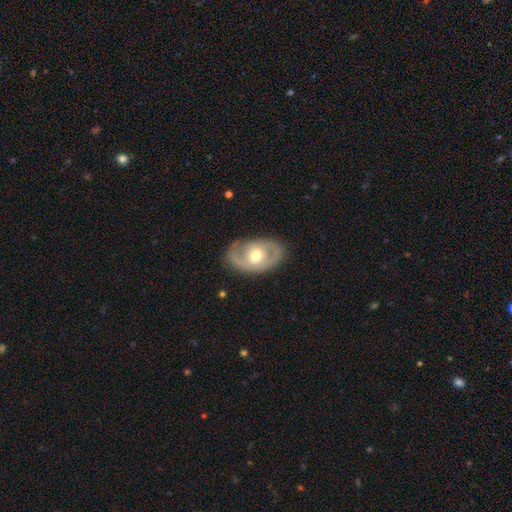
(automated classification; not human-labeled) Smooth or featured?
  - featured or disk: 77% *
  - smooth: 18%
  - star or artifact: 5%
Edge-on disk?
  - no: 94% *
  - yes: 6%
Bar?
  - no: 64% *
  - weak: 28%
  - strong: 8%
Spiral arms?
  - yes: 78% *
  - no: 22%
Spiral winding?
  - medium: 45% *
  - tight: 37%
  - loose: 18%
Spiral arm count?
  - 2: 80% *
  - can't tell: 11%
  - 1: 5%
  - 3: 2%
  - 4: 1%
  - more than 4: 1%
Bulge size?
  - moderate: 68% *
  - small: 25%
  - large: 6%
  - dominant: 1%
  - none: 1%
Merging?
  - none: 81% *
  - minor disturbance: 13%
  - major disturbance: 5%
  - merger: 1%